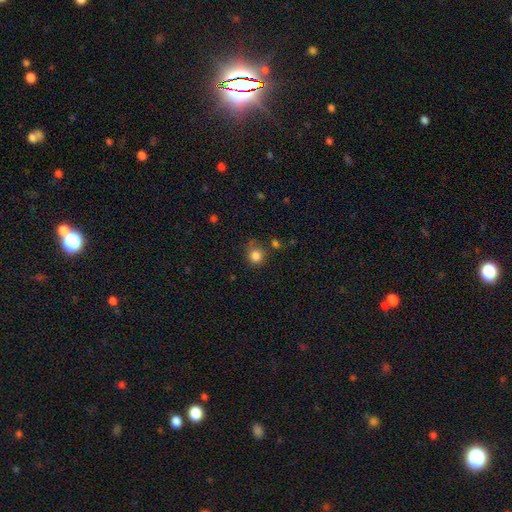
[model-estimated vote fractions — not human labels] Morphology: type=smooth (84%); roundness=round (86%); merging=none (69%).